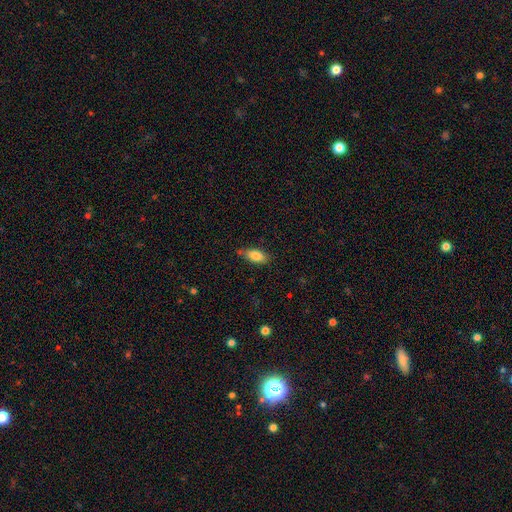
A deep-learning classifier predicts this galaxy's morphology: A smooth galaxy with no disk features (82%) that is in between round and cigar-shaped (85%).

Vote fractions:
- Smooth or featured? smooth: 82% / featured or disk: 11% / star or artifact: 7%
- How rounded? in between: 85% / cigar-shaped: 12% / round: 3%
- Merging? none: 74% / minor disturbance: 20% / major disturbance: 4% / merger: 3%